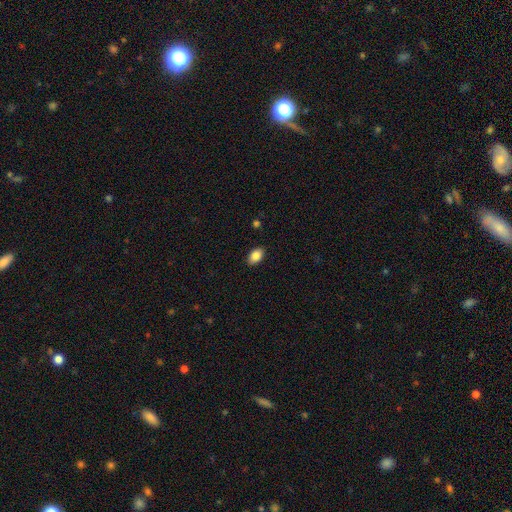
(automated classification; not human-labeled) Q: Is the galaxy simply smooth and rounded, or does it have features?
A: smooth — 86%.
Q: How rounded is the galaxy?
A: in between — 90%.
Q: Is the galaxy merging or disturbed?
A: none — 88%.